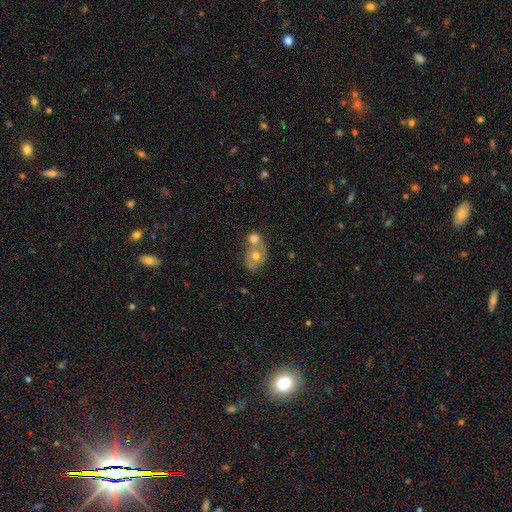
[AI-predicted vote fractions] This appears to be a smooth galaxy with no disk features (48%). Merging: merger (51%).